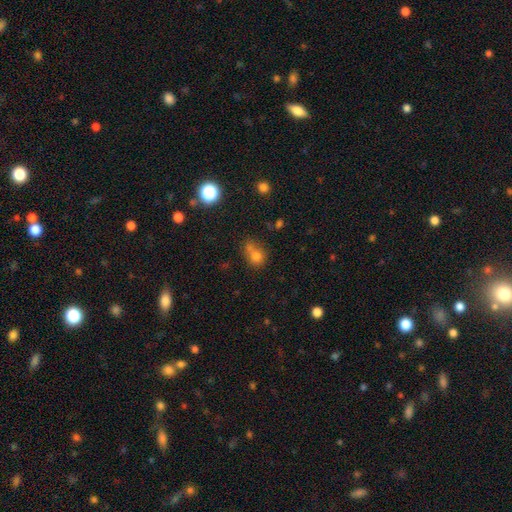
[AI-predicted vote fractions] Smooth or featured? smooth (72%)
How rounded? round (74%)
Merging? none (43%)